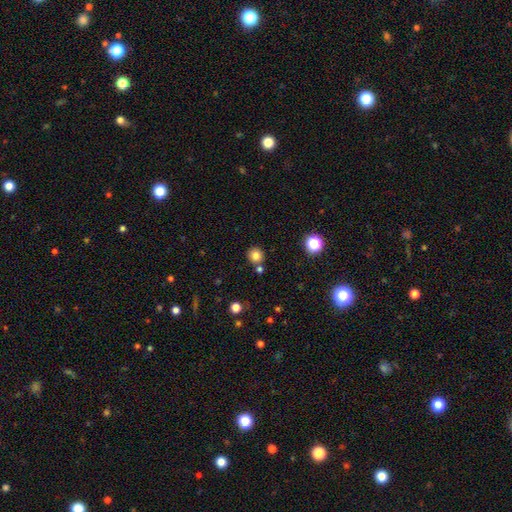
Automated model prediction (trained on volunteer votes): A smooth galaxy with no disk features (79%) that is round (91%). Merging: none (77%).